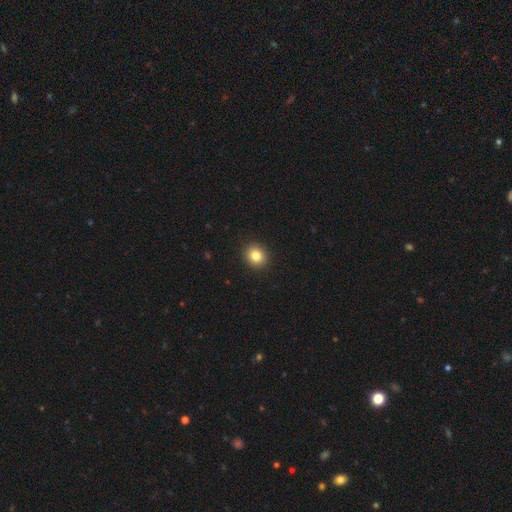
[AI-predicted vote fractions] smooth 83%, star or artifact 10%, featured or disk 7%. Down the decision tree: how rounded — round (77%); merging — none (92%).